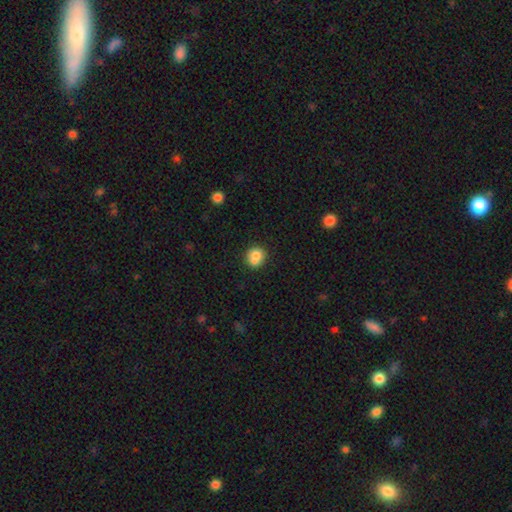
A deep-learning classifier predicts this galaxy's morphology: The model was most divided on "merging": none: 53%, merger: 33%, minor disturbance: 11%, major disturbance: 3%. More confident: how rounded — round (84%); smooth or featured — smooth (77%).